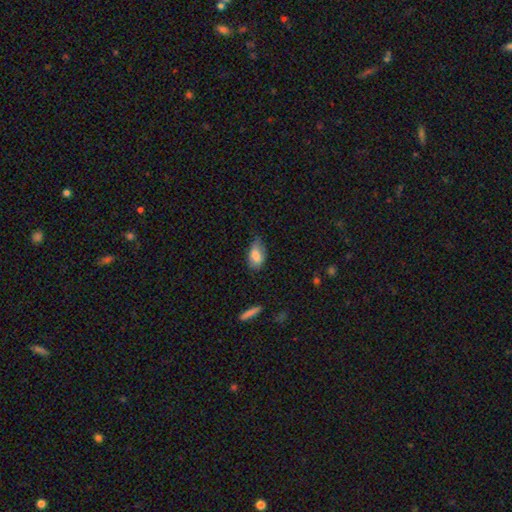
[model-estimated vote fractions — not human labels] Smooth or featured?
  - smooth: 80% *
  - featured or disk: 13%
  - star or artifact: 7%
How rounded?
  - in between: 90% *
  - round: 6%
  - cigar-shaped: 4%
Merging?
  - none: 47% *
  - minor disturbance: 41%
  - major disturbance: 10%
  - merger: 2%